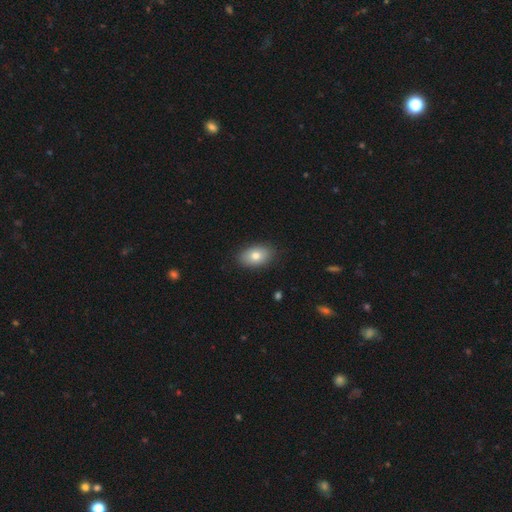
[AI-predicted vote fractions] smooth 79%, featured or disk 14%, star or artifact 8%. Down the decision tree: how rounded — in between (88%); merging — none (88%).